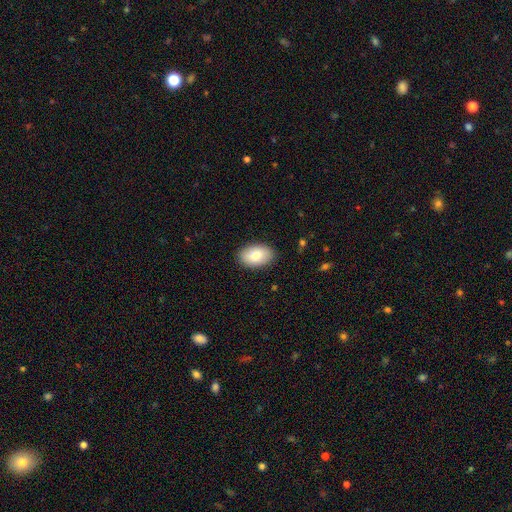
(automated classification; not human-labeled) Smooth or featured?
  - smooth: 81% *
  - featured or disk: 12%
  - star or artifact: 6%
How rounded?
  - in between: 91% *
  - round: 8%
  - cigar-shaped: 1%
Merging?
  - none: 88% *
  - minor disturbance: 9%
  - major disturbance: 2%
  - merger: 1%